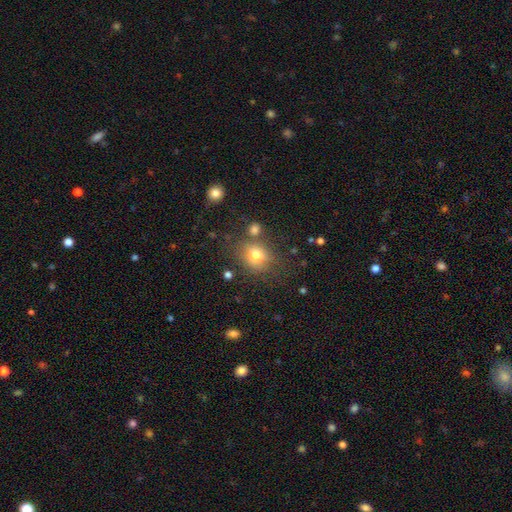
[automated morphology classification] Smooth or featured? Predicted: smooth (p=0.73). How rounded? Predicted: round (p=0.64). Merging? Predicted: none (p=0.70).